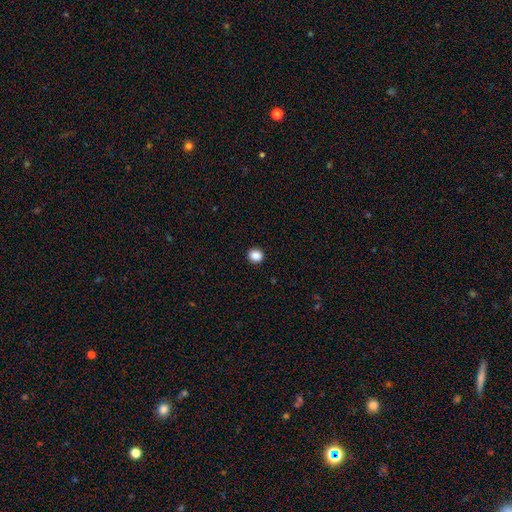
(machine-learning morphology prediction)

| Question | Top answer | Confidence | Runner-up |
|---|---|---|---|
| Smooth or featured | smooth | 88% | star or artifact (10%) |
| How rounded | round | 86% | in between (13%) |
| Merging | none | 92% | minor disturbance (5%) |